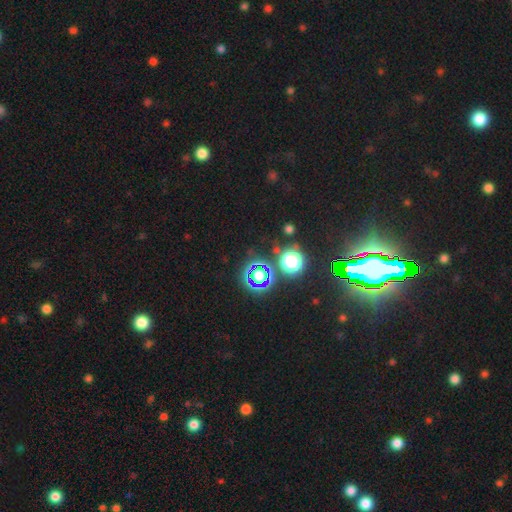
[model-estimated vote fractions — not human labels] Overall: star or artifact (83%).